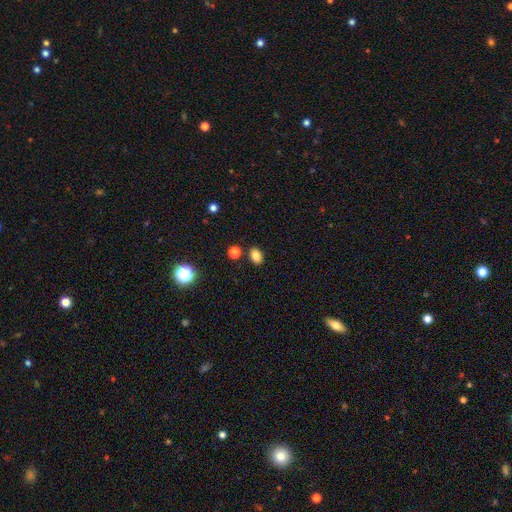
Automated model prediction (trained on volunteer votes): The model was most divided on "how rounded": in between: 75%, round: 24%, cigar-shaped: 1%. More confident: merging — none (84%); smooth or featured — smooth (82%).